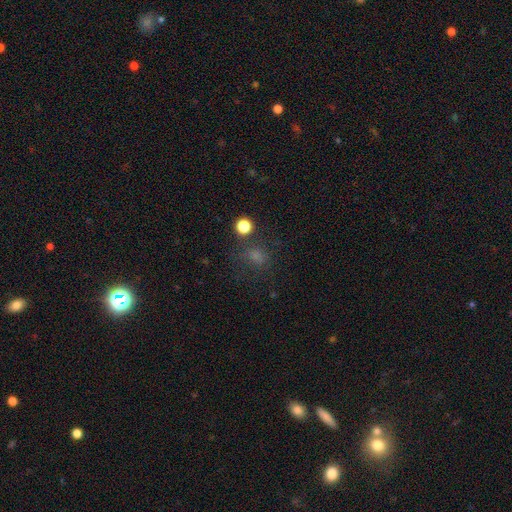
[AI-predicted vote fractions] Smooth or featured? Predicted: smooth (p=0.65). How rounded? Predicted: round (p=0.63). Merging? Predicted: none (p=0.65).